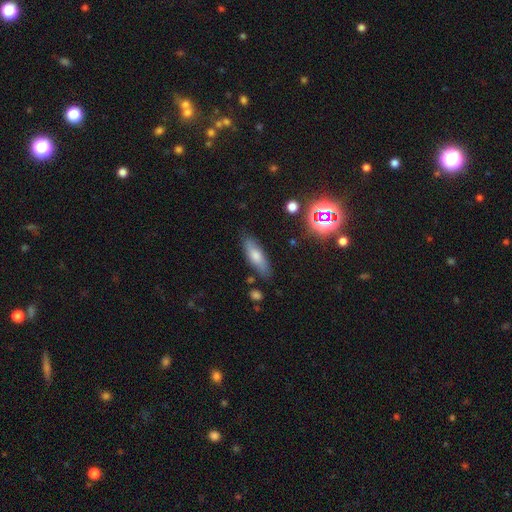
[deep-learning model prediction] Smooth or featured?
  - smooth: 68% *
  - featured or disk: 23%
  - star or artifact: 9%
How rounded?
  - in between: 54% *
  - cigar-shaped: 44%
  - round: 3%
Merging?
  - none: 81% *
  - minor disturbance: 14%
  - major disturbance: 3%
  - merger: 3%